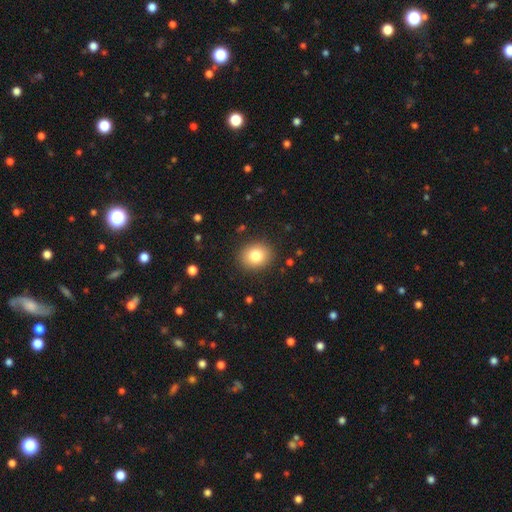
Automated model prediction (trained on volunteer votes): This is clearly a smooth galaxy (82%). How rounded: likely round (64%). Merging: clearly none (89%).